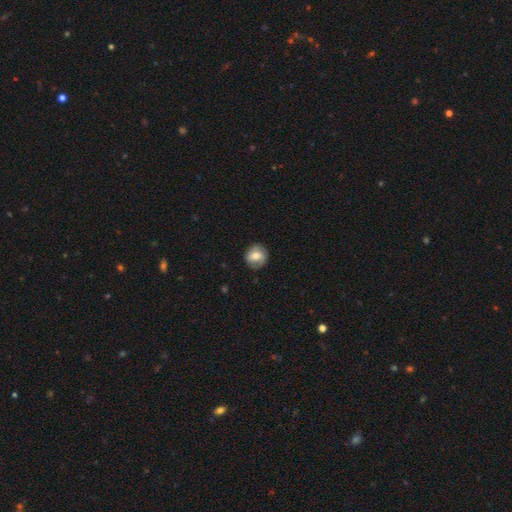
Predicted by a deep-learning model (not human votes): A smooth galaxy with no disk features (57%) that is round (77%).

Vote fractions:
- Smooth or featured? smooth: 57% / featured or disk: 35% / star or artifact: 8%
- How rounded? round: 77% / in between: 22% / cigar-shaped: 1%
- Merging? none: 82% / minor disturbance: 13% / major disturbance: 4% / merger: 1%